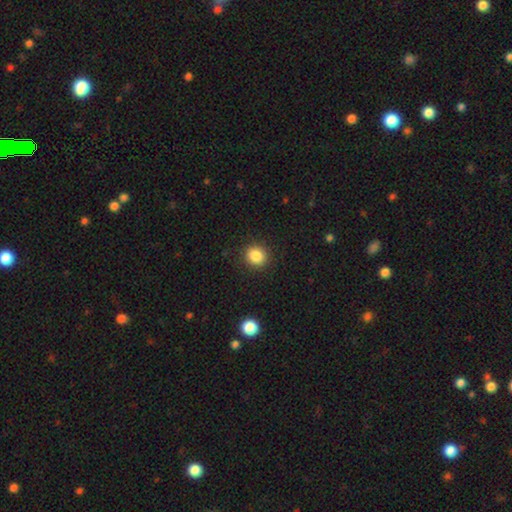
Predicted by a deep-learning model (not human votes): smooth-or-featured: smooth: 86% | star or artifact: 10% | featured or disk: 4%
  how-rounded: round: 83% | in between: 16% | cigar-shaped: 1%
  merging: none: 90% | minor disturbance: 7% | major disturbance: 2% | merger: 1%